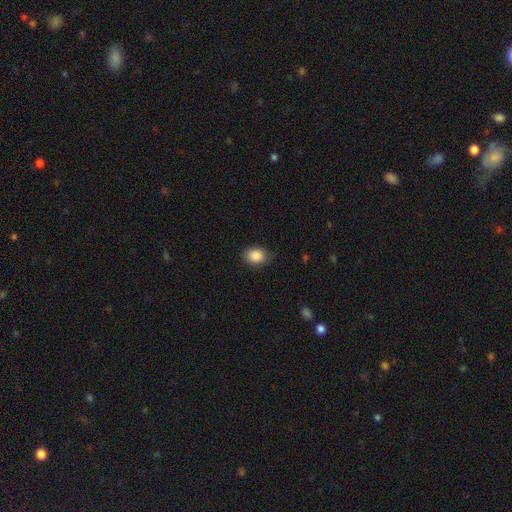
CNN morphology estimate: Smooth or featured? smooth (88%)
How rounded? in between (58%)
Merging? none (80%)